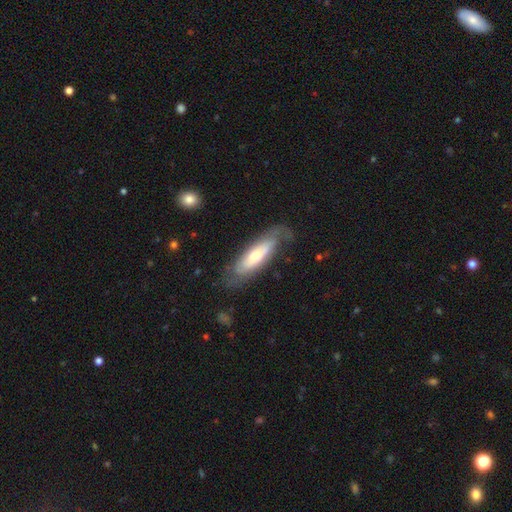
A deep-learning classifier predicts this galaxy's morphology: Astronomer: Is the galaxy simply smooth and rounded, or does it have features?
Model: featured or disk — 54% (runner-up: smooth, 40%).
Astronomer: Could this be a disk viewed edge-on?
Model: no — 70%.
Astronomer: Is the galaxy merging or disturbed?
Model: none — 63%.